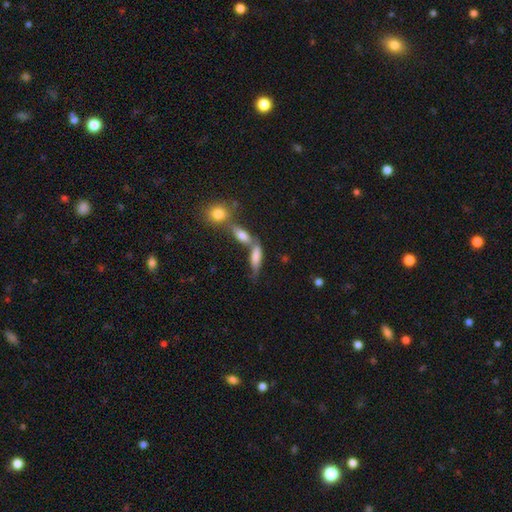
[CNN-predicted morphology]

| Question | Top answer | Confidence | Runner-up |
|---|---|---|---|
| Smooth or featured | smooth | 67% | featured or disk (22%) |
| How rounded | in between | 50% | cigar-shaped (46%) |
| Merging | merger | 41% | none (39%) |